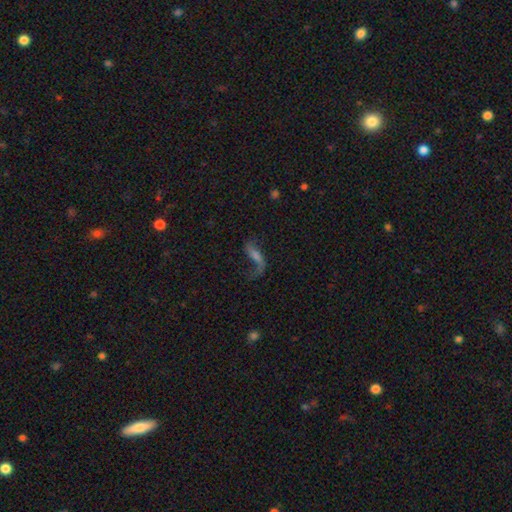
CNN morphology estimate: Smooth or featured: featured or disk — 65% (smooth — 24%)
Edge-on disk: no — 87% (yes — 13%)
Bar: no — 40% (weak — 35%)
Spiral arms: yes — 86% (no — 14%)
Bulge size: small — 40% (none — 29%)
Merging: none — 45% (major disturbance — 33%)